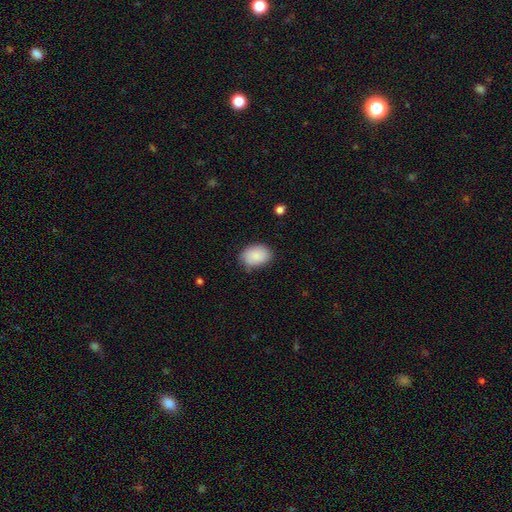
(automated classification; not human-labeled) Smooth or featured: smooth — 85% (featured or disk — 8%)
How rounded: in between — 74% (round — 25%)
Merging: none — 74% (minor disturbance — 20%)